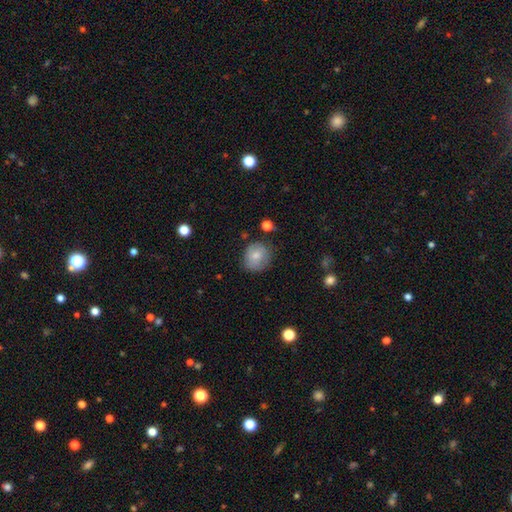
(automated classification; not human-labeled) Smooth or featured: smooth — 76% (featured or disk — 16%)
How rounded: round — 76% (in between — 23%)
Merging: none — 71% (minor disturbance — 21%)